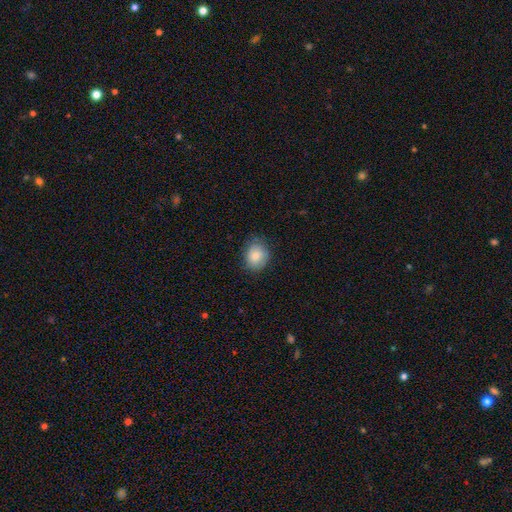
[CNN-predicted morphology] This appears to be a smooth galaxy with no disk features (83%) that is round (52%). Merging: none (76%).